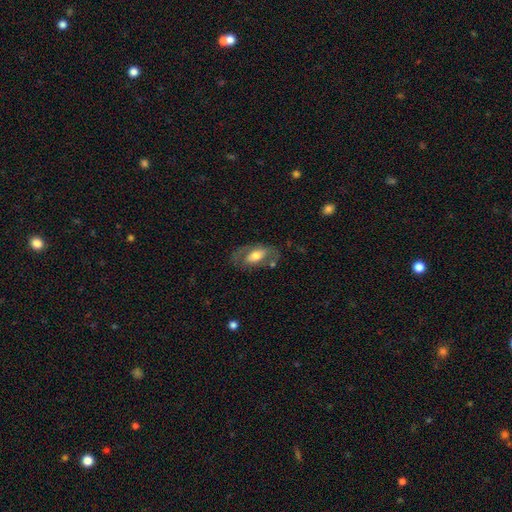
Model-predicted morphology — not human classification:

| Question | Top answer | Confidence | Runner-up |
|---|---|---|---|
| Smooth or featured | featured or disk | 48% | smooth (45%) |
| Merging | none | 63% | minor disturbance (20%) |